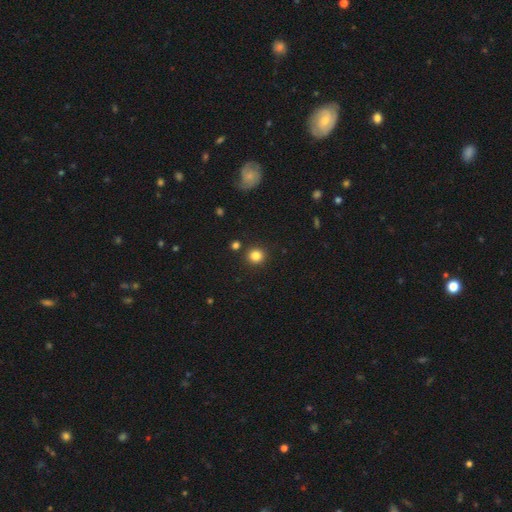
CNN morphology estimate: A smooth galaxy with no disk features (84%) that is round (90%).

Vote fractions:
- Smooth or featured? smooth: 84% / star or artifact: 12% / featured or disk: 4%
- How rounded? round: 90% / in between: 9% / cigar-shaped: 1%
- Merging? none: 88% / minor disturbance: 6% / merger: 4% / major disturbance: 2%